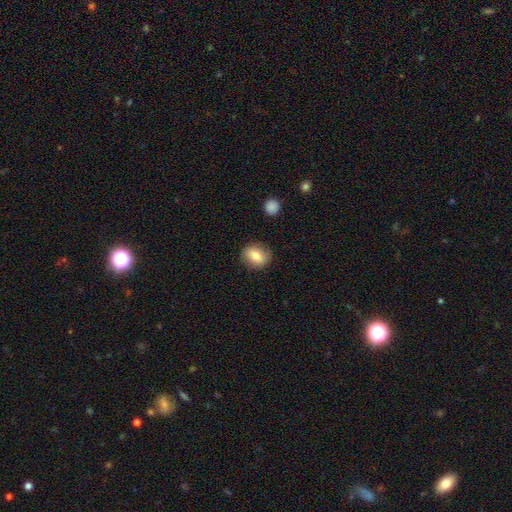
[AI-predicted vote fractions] Smooth or featured?
  - smooth: 79% *
  - featured or disk: 13%
  - star or artifact: 8%
How rounded?
  - round: 55% *
  - in between: 44%
  - cigar-shaped: 1%
Merging?
  - none: 85% *
  - minor disturbance: 11%
  - major disturbance: 3%
  - merger: 1%